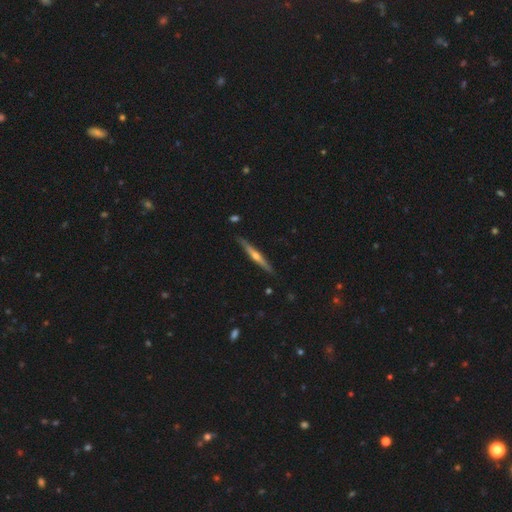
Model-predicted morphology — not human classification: This appears to be a featured or disk galaxy (71%) viewed edge-on (98%) with a rounded central bulge (85%). Merging: none (89%).